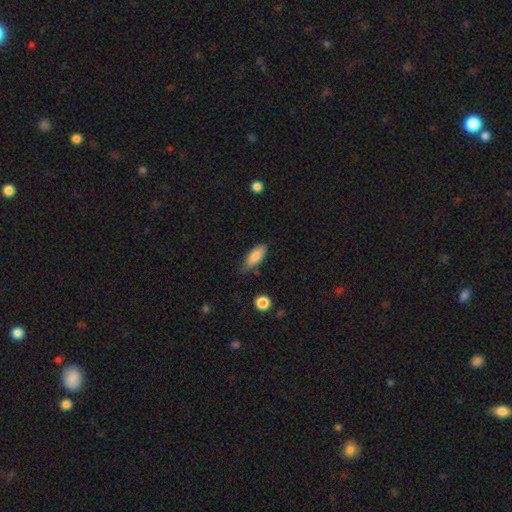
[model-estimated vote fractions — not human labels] smooth-or-featured: smooth: 84% | featured or disk: 10% | star or artifact: 7%
  how-rounded: in between: 77% | cigar-shaped: 21% | round: 2%
  merging: none: 61% | minor disturbance: 31% | major disturbance: 5% | merger: 2%